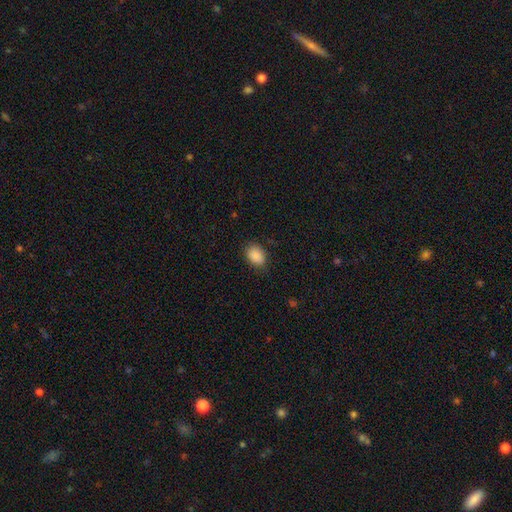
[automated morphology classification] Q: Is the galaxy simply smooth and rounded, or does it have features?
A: smooth — 88%.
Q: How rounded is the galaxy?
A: in between — 77%.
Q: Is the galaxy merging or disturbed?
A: none — 83%.